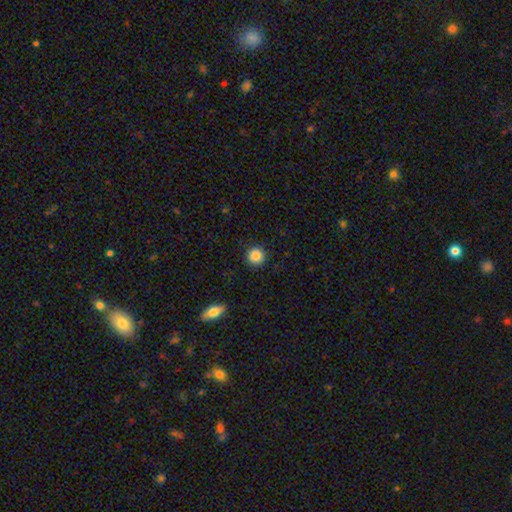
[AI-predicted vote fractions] This is clearly a smooth galaxy (87%). How rounded: clearly round (95%). Merging: clearly none (92%).